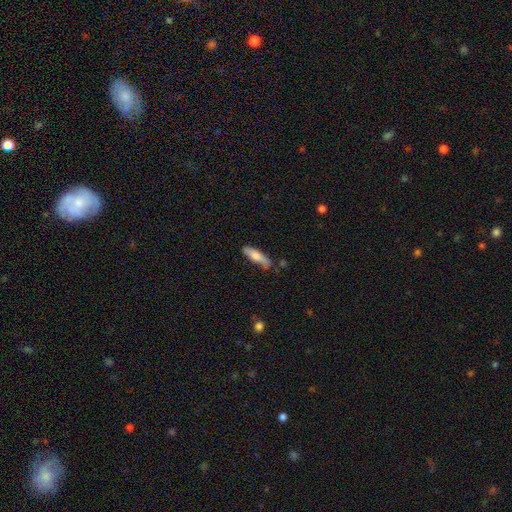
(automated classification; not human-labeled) Overall: smooth (69%). How rounded: cigar-shaped (66%; in between 32%). Merging: none (69%).